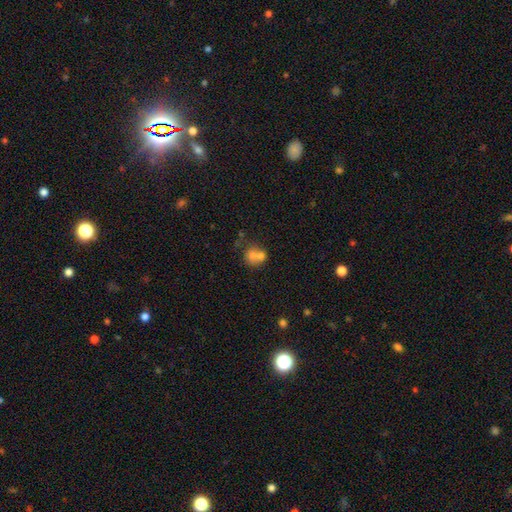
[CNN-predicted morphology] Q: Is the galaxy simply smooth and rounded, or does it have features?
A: smooth — 68%.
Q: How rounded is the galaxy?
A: round — 75%.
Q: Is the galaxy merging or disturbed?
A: merger — 58%.